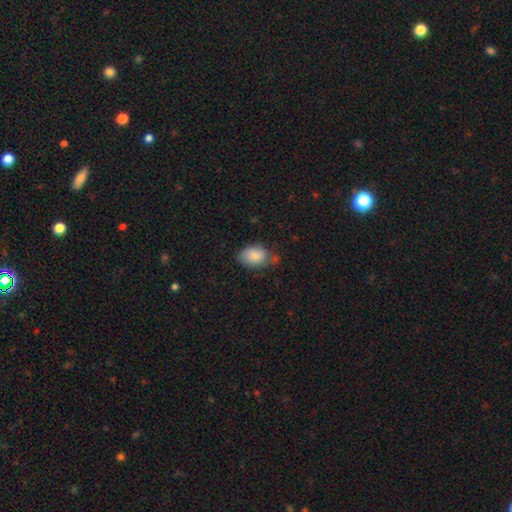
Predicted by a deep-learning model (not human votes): smooth_or_featured: smooth (p=0.84) [alt: featured or disk p=0.09]
how_rounded: in between (p=0.86) [alt: round p=0.13]
merging: none (p=0.52) [alt: minor disturbance p=0.33]